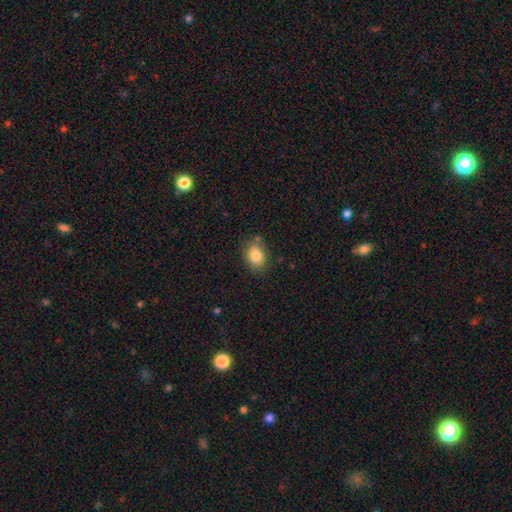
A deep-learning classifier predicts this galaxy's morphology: Smooth or featured?
  - smooth: 83% *
  - star or artifact: 9%
  - featured or disk: 8%
How rounded?
  - in between: 63% *
  - round: 35%
  - cigar-shaped: 1%
Merging?
  - none: 77% *
  - minor disturbance: 16%
  - merger: 4%
  - major disturbance: 3%